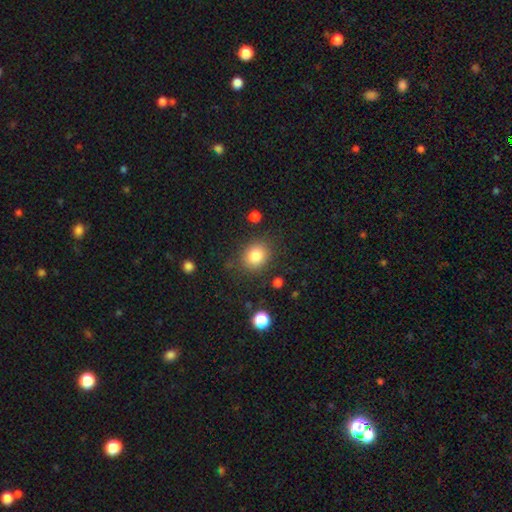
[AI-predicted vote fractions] This appears to be a smooth galaxy with no disk features (83%) that is round (69%). Merging: none (82%).